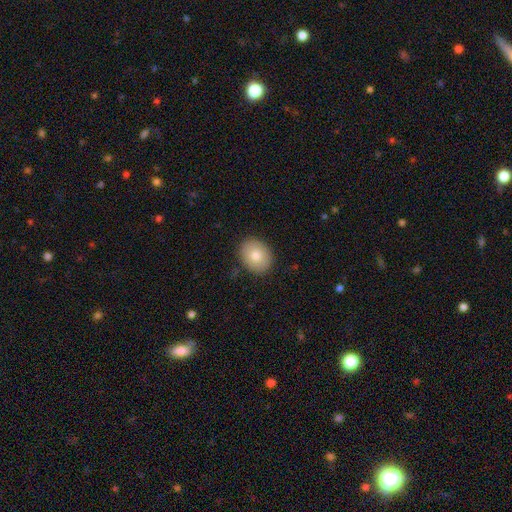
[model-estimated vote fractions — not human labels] Smooth or featured: smooth — 80% (featured or disk — 12%)
How rounded: in between — 59% (round — 40%)
Merging: none — 88% (minor disturbance — 9%)